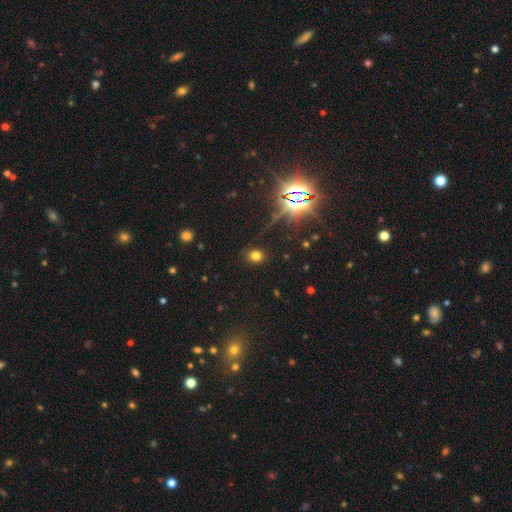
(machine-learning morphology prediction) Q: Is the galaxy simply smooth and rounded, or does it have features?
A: smooth — 70%.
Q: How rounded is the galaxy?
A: round — 66%.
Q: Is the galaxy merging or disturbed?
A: none — 88%.